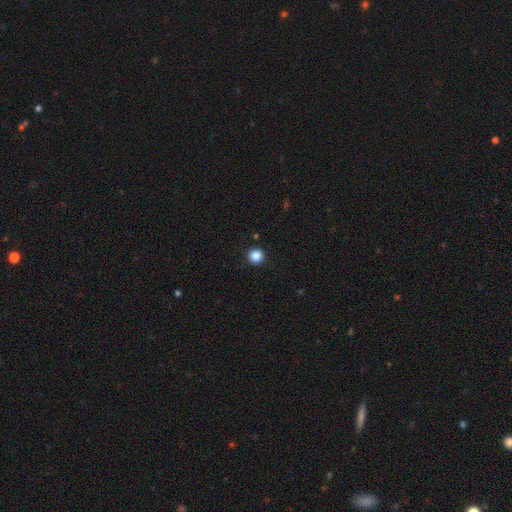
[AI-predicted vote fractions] The model was most divided on "smooth or featured": smooth: 86%, star or artifact: 11%, featured or disk: 3%. More confident: how rounded — round (96%); merging — none (93%).